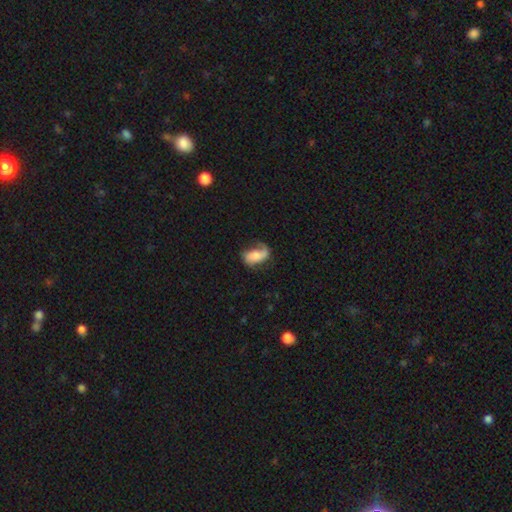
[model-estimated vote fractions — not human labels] A featured or disk galaxy (49%).

Vote fractions:
- Smooth or featured? featured or disk: 49% / smooth: 43% / star or artifact: 8%
- Merging? none: 45% / major disturbance: 26% / minor disturbance: 26% / merger: 3%